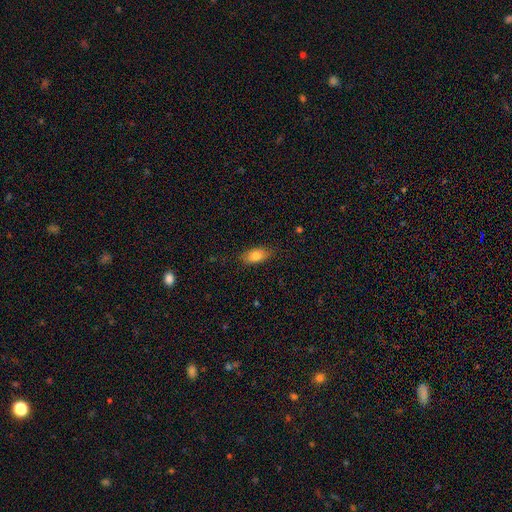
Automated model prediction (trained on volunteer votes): Q: Smooth or featured?
A: smooth (80%); runner-up: featured or disk (13%)
Q: How rounded?
A: in between (89%); runner-up: round (6%)
Q: Merging?
A: none (82%); runner-up: minor disturbance (14%)